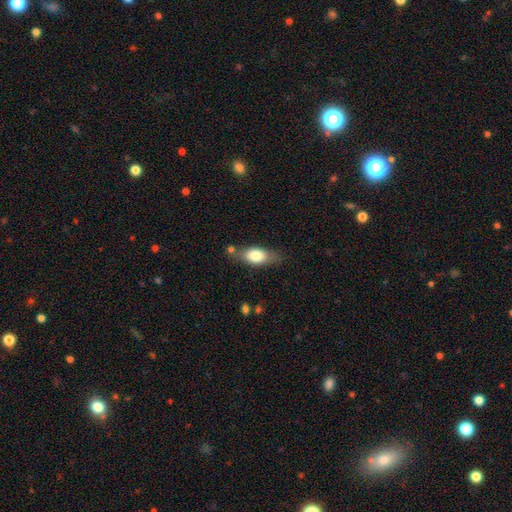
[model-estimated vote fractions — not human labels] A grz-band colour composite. It shows a smooth galaxy with no disk features (73%) that is in between round and cigar-shaped (81%). Merging: none (67%).